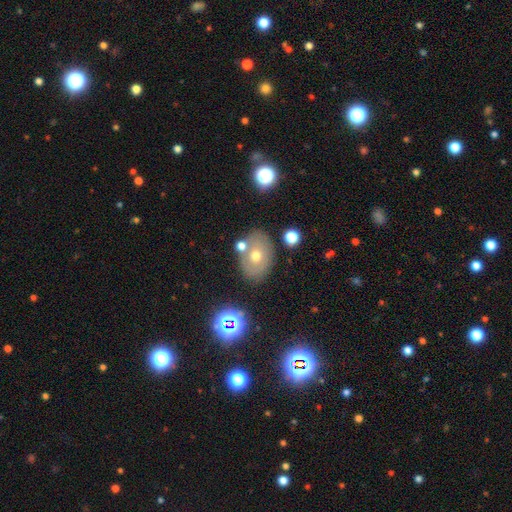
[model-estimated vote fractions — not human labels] The model was most divided on "smooth or featured": smooth: 54%, featured or disk: 32%, star or artifact: 14%. More confident: merging — none (72%); how rounded — in between (68%).